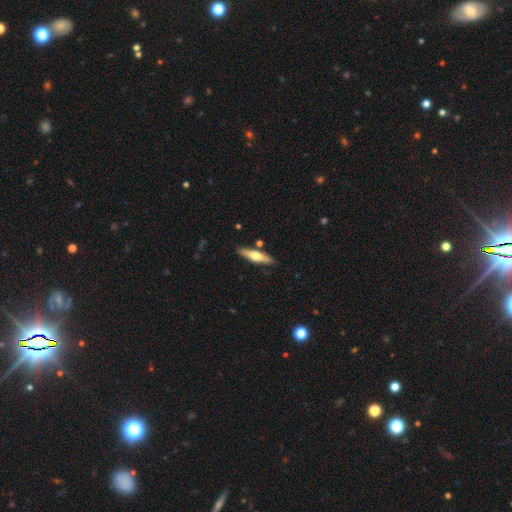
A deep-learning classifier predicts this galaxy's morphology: smooth-or-featured: smooth: 47% (tied) | featured or disk: 47% (tied) | star or artifact: 6%
  merging: none: 84% | minor disturbance: 10% | merger: 4% | major disturbance: 2%